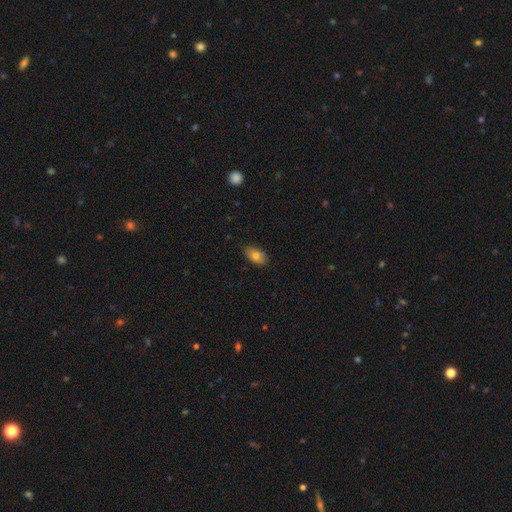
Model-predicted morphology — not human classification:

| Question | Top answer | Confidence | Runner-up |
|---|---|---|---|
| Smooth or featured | smooth | 79% | featured or disk (13%) |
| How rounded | in between | 91% | round (6%) |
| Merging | none | 85% | minor disturbance (12%) |